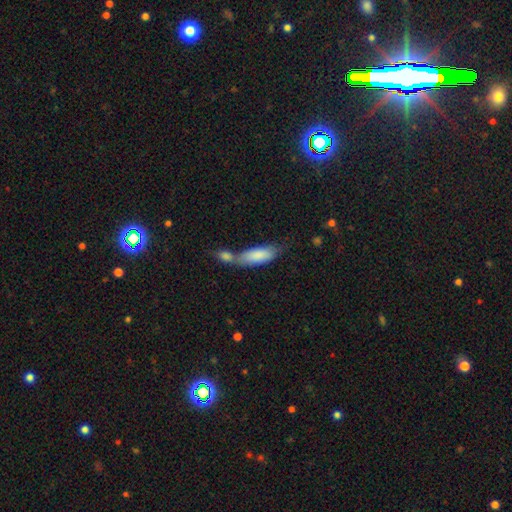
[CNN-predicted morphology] A smooth galaxy with no disk features (83%) that is in between round and cigar-shaped (68%).

Vote fractions:
- Smooth or featured? smooth: 83% / featured or disk: 11% / star or artifact: 5%
- How rounded? in between: 68% / cigar-shaped: 30% / round: 2%
- Merging? merger: 52% / none: 30% / minor disturbance: 13% / major disturbance: 6%